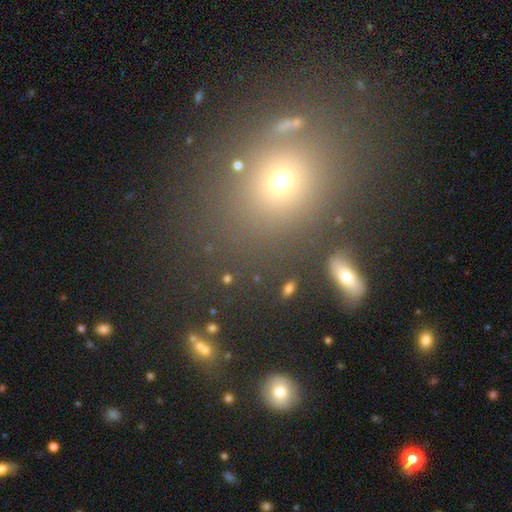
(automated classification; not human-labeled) This is possibly a smooth galaxy (57%). How rounded: possibly round (60%). Merging: likely none (76%).